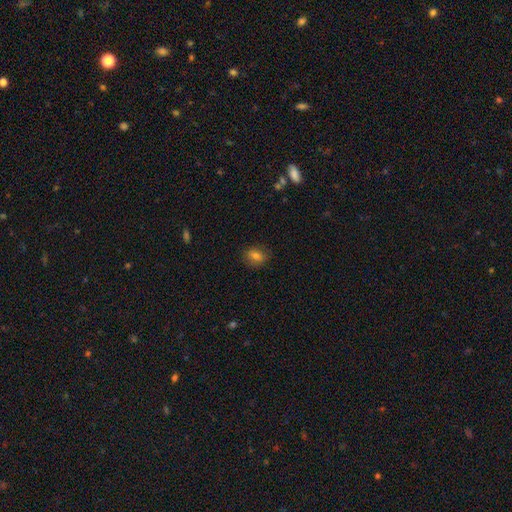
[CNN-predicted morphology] Smooth or featured: smooth — 78% (star or artifact — 12%)
How rounded: in between — 57% (round — 41%)
Merging: none — 83% (minor disturbance — 12%)